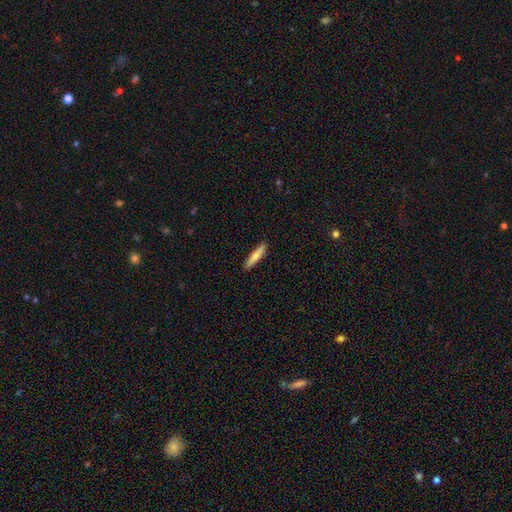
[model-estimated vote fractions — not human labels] Smooth or featured?
  - smooth: 67% *
  - featured or disk: 27%
  - star or artifact: 5%
How rounded?
  - cigar-shaped: 88% *
  - in between: 11%
  - round: 2%
Merging?
  - none: 90% *
  - minor disturbance: 7%
  - major disturbance: 1%
  - merger: 1%